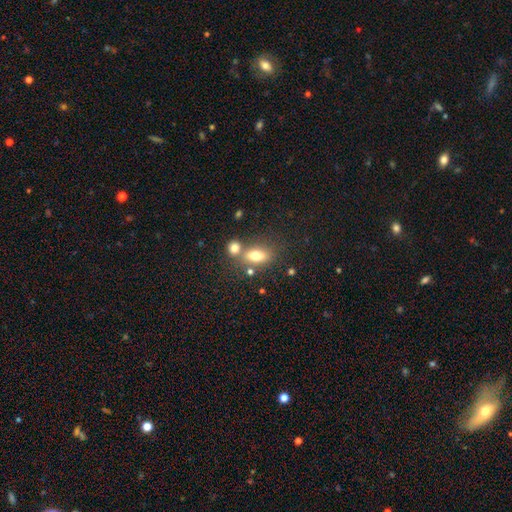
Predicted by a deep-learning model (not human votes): smooth 72%, featured or disk 18%, star or artifact 10%. Down the decision tree: how rounded — in between (78%); merging — none (52%).